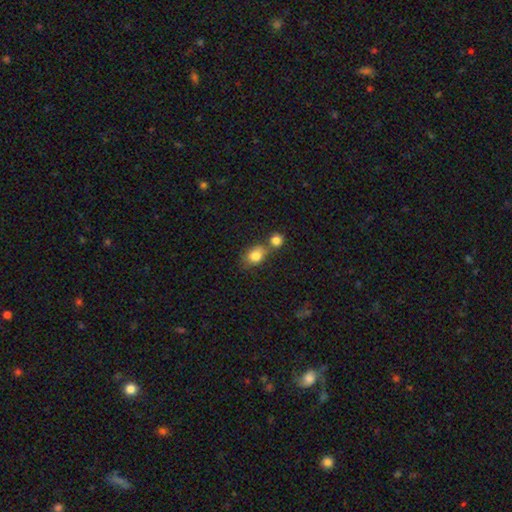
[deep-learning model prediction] Morphology: type=smooth (82%); roundness=in between (54%); merging=none (46%).